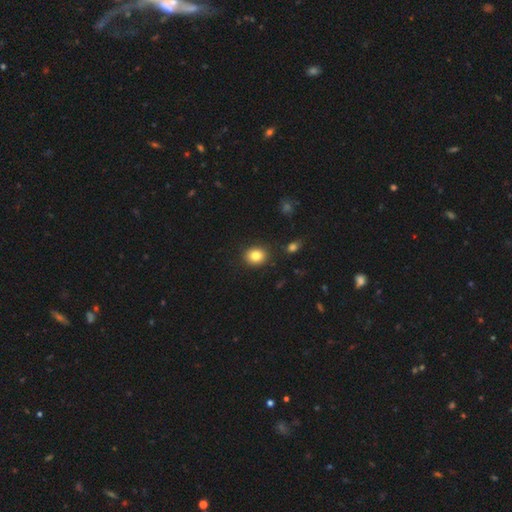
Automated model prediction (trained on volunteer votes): Morphology: type=smooth (83%); roundness=round (71%); merging=none (88%).